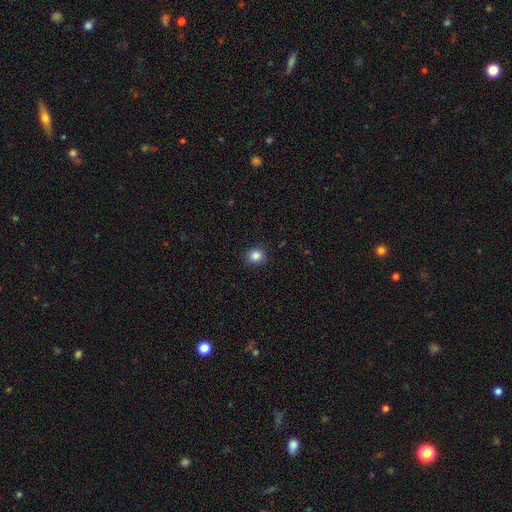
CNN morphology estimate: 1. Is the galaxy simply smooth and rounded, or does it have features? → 86% smooth, 11% star or artifact, 4% featured or disk.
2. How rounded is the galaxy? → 83% round, 17% in between, 1% cigar-shaped.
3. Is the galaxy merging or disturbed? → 90% none, 7% minor disturbance, 2% major disturbance, 1% merger.